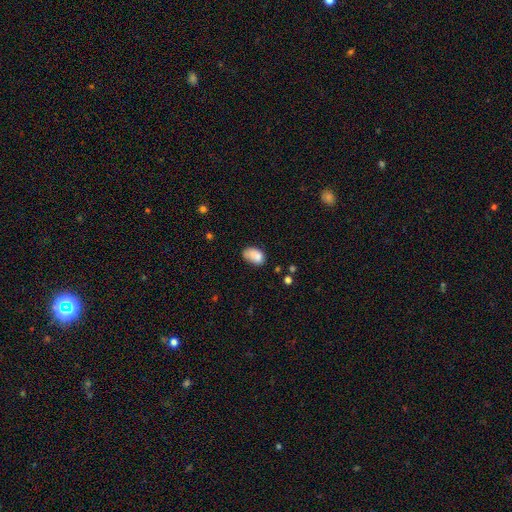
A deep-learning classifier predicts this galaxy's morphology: This is likely a smooth galaxy (78%). How rounded: clearly in between (87%). Merging: marginally none (43%).